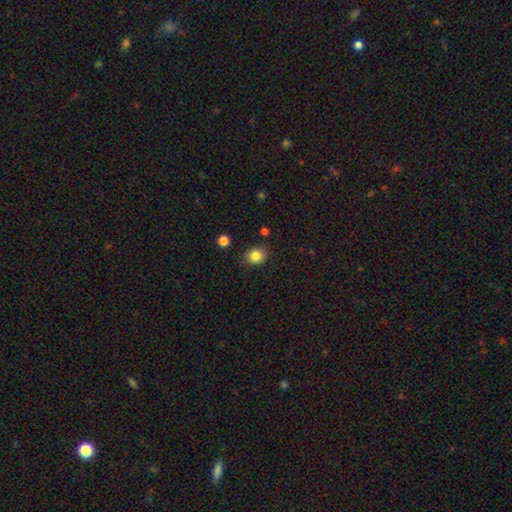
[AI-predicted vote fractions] A smooth galaxy with no disk features (84%) that is round (72%).

Vote fractions:
- Smooth or featured? smooth: 84% / star or artifact: 11% / featured or disk: 5%
- How rounded? round: 72% / in between: 27% / cigar-shaped: 1%
- Merging? none: 87% / minor disturbance: 9% / major disturbance: 2% / merger: 2%